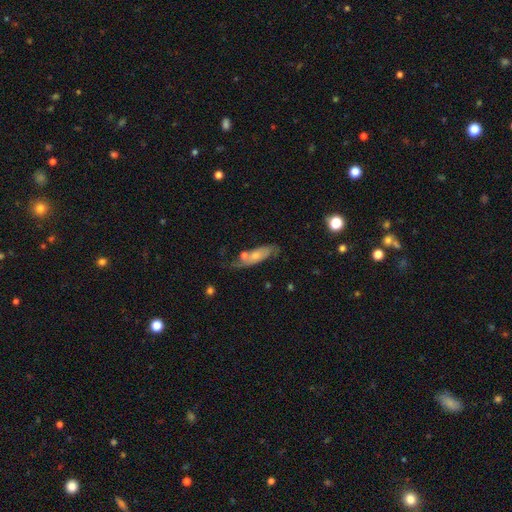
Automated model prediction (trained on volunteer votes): Smooth or featured? smooth (56%)
How rounded? in between (55%)
Merging? none (49%)